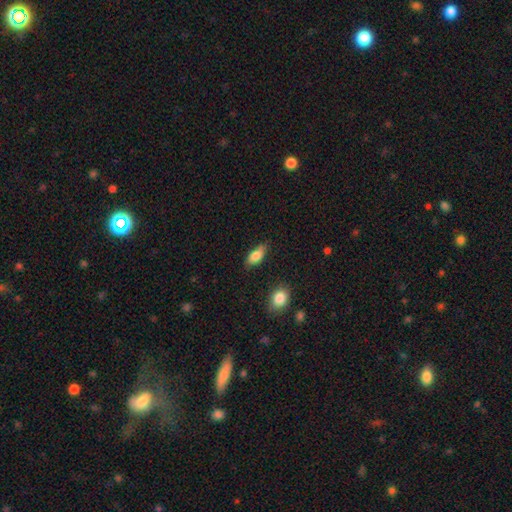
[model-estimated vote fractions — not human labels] Overall: smooth (81%). How rounded: in between (85%). Merging: none (74%).